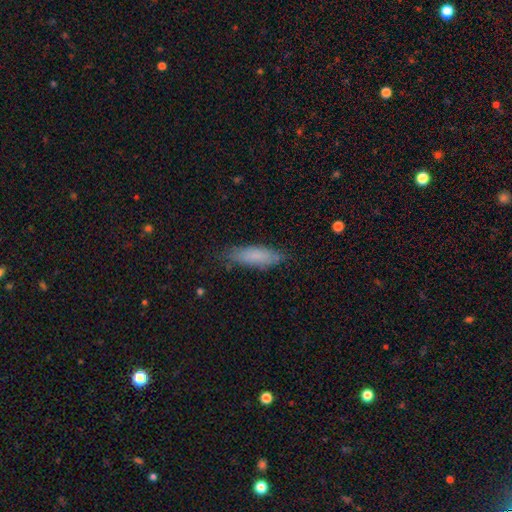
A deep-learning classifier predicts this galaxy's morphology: A smooth galaxy with no disk features (81%) that is cigar-shaped (52%).

Vote fractions:
- Smooth or featured? smooth: 81% / featured or disk: 11% / star or artifact: 7%
- How rounded? cigar-shaped: 52% / in between: 47% / round: 2%
- Merging? none: 77% / minor disturbance: 18% / major disturbance: 4% / merger: 1%